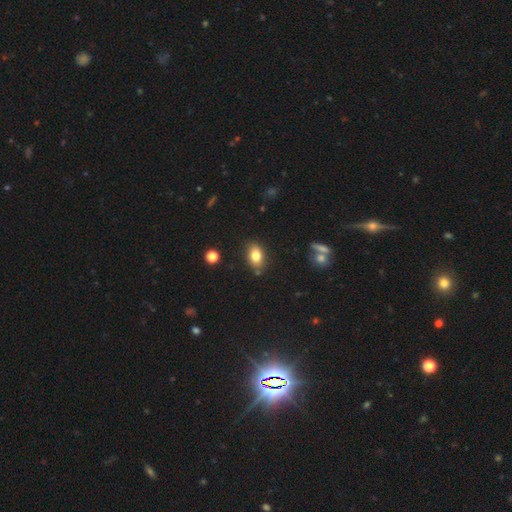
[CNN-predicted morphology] smooth_or_featured: smooth (p=0.79) [alt: featured or disk p=0.11]
how_rounded: in between (p=0.81) [alt: round p=0.17]
merging: none (p=0.81) [alt: minor disturbance p=0.12]